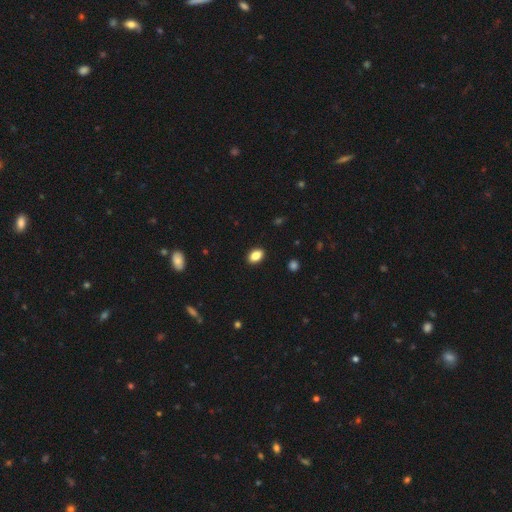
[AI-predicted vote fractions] Smooth or featured?
  - smooth: 86% *
  - star or artifact: 9%
  - featured or disk: 5%
How rounded?
  - in between: 85% *
  - round: 14%
  - cigar-shaped: 2%
Merging?
  - none: 90% *
  - minor disturbance: 7%
  - major disturbance: 2%
  - merger: 1%